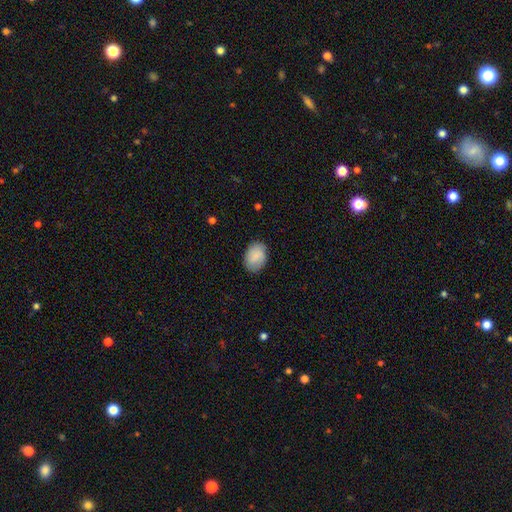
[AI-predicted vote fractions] smooth-or-featured: smooth: 85% | featured or disk: 8% | star or artifact: 7%
  how-rounded: in between: 74% | round: 25% | cigar-shaped: 1%
  merging: none: 81% | minor disturbance: 15% | major disturbance: 3% | merger: 1%